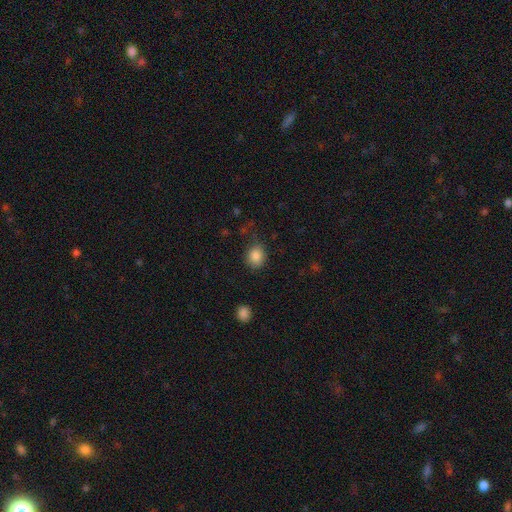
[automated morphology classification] smooth 86%, star or artifact 9%, featured or disk 4%. Down the decision tree: how rounded — round (63%); merging — none (77%).